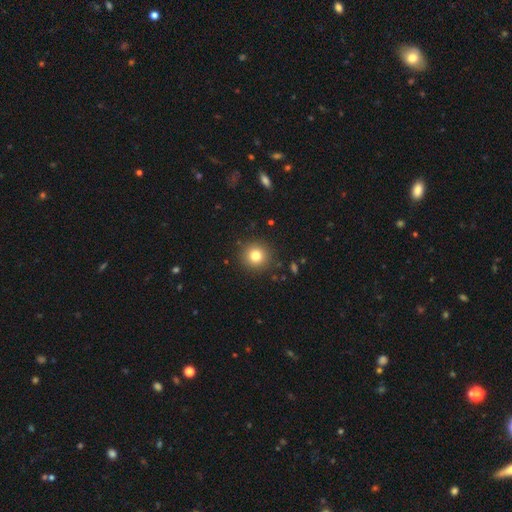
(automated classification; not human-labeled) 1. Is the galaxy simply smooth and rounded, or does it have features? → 80% smooth, 12% star or artifact, 8% featured or disk.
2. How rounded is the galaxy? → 94% round, 5% in between, 1% cigar-shaped.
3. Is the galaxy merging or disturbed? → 90% none, 6% minor disturbance, 2% major disturbance, 1% merger.